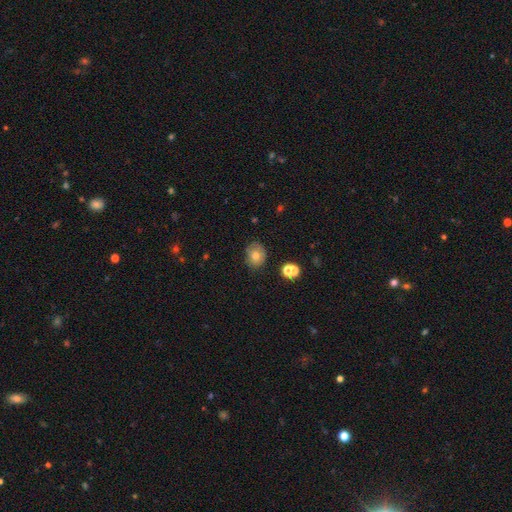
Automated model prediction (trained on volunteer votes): Smooth or featured?
  - smooth: 69% *
  - featured or disk: 20%
  - star or artifact: 12%
How rounded?
  - in between: 52% *
  - round: 47%
  - cigar-shaped: 1%
Merging?
  - none: 70% *
  - minor disturbance: 21%
  - major disturbance: 5%
  - merger: 4%